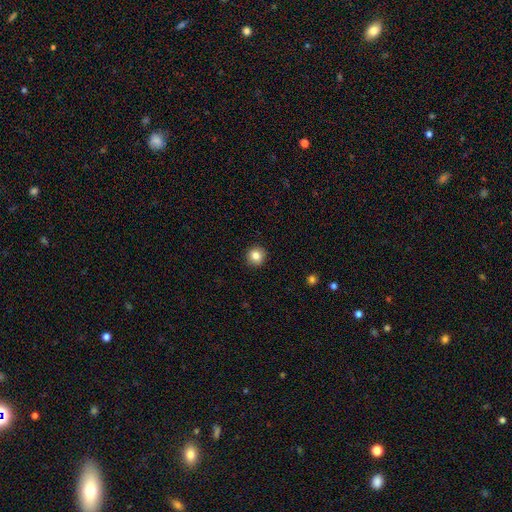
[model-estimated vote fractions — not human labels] Morphology: type=smooth (83%); roundness=round (93%); merging=none (92%).